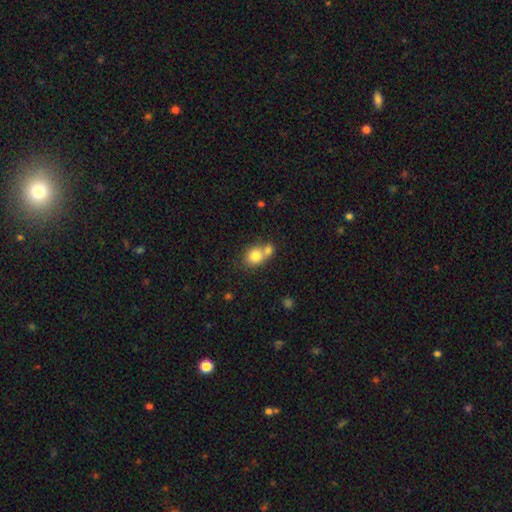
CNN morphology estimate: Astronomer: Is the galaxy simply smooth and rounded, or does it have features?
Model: smooth — 80%.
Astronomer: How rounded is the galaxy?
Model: round — 66%.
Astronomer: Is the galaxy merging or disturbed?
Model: merger — 51% (runner-up: none, 37%).